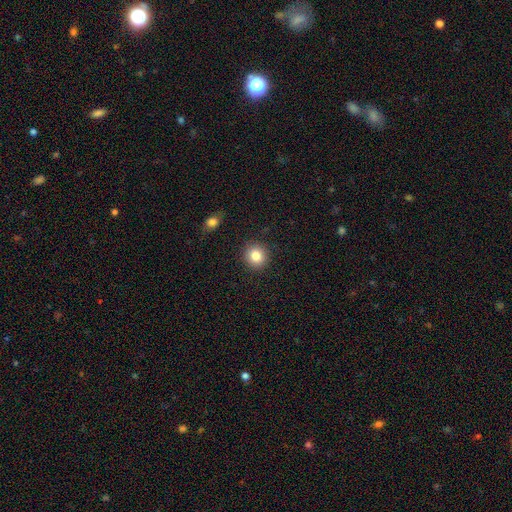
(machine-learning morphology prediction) smooth 84%, star or artifact 10%, featured or disk 7%. Down the decision tree: how rounded — round (90%); merging — none (90%).